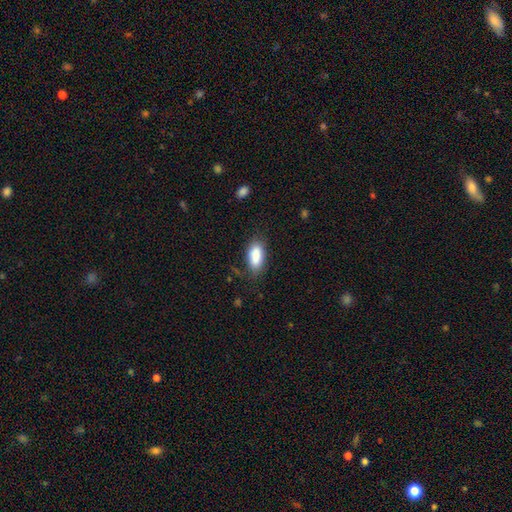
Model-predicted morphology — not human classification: type=smooth (87%); roundness=in between (86%); merging=none (75%).